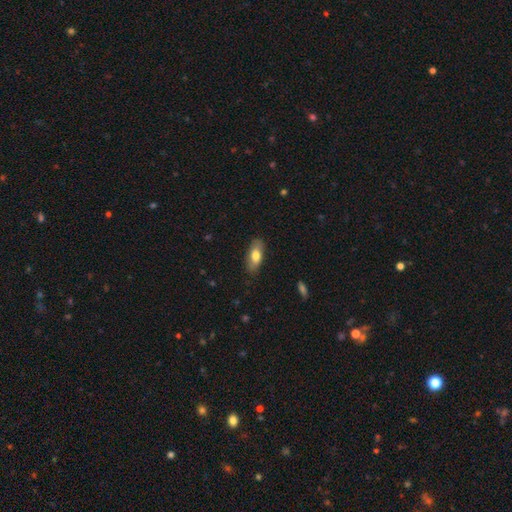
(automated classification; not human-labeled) Overall: smooth (74%). How rounded: in between (81%). Merging: none (84%).